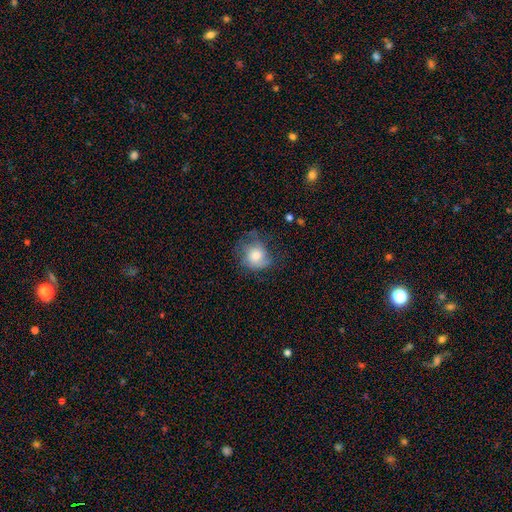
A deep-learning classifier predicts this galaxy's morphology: smooth_or_featured: smooth (p=0.67) [alt: featured or disk p=0.25]
how_rounded: round (p=0.71) [alt: in between p=0.28]
merging: none (p=0.47) [alt: minor disturbance p=0.30]